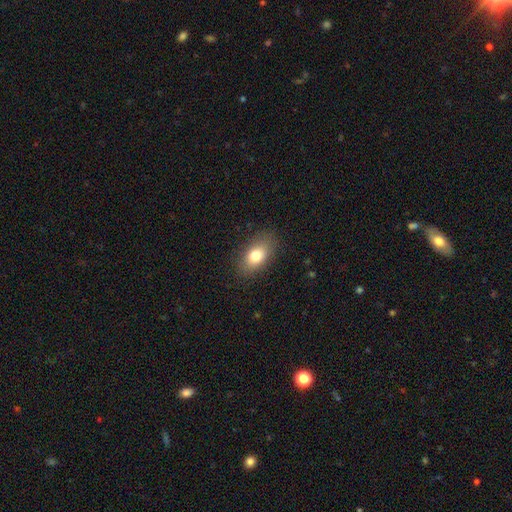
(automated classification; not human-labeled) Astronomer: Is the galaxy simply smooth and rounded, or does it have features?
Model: smooth — 79%.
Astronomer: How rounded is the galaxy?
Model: in between — 87%.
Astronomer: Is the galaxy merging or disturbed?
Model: none — 85%.